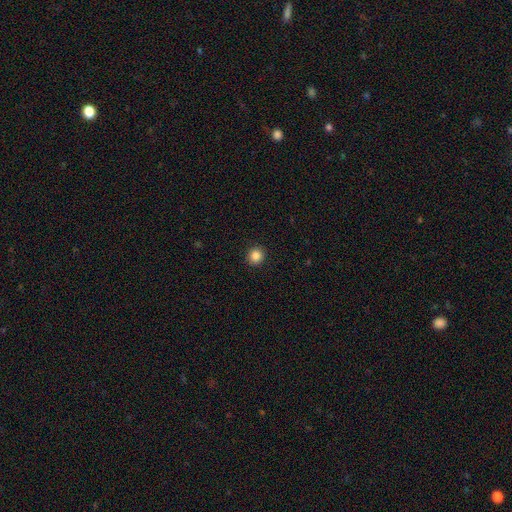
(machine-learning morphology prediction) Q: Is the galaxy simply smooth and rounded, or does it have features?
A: smooth — 86%.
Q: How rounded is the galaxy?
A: round — 91%.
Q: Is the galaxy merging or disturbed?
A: none — 92%.